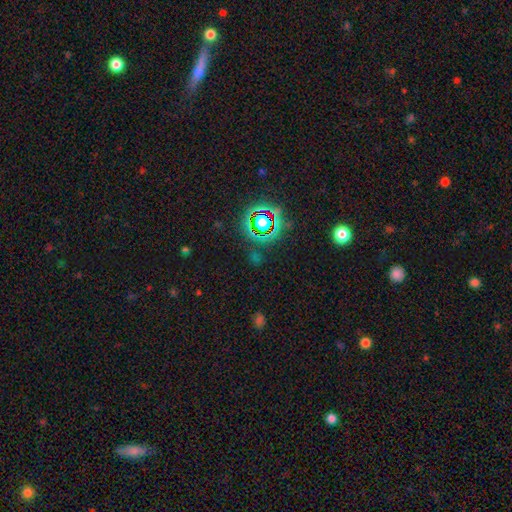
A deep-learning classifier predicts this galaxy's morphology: Smooth or featured?
  - star or artifact: 70% *
  - smooth: 21%
  - featured or disk: 8%